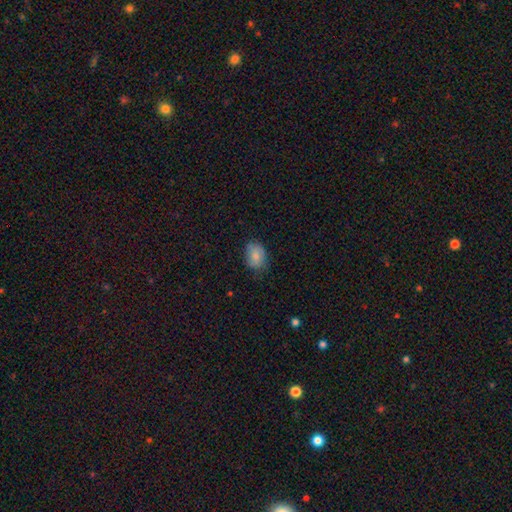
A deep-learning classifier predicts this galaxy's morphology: This appears to be a smooth galaxy with no disk features (76%) that is in between round and cigar-shaped (65%). Merging: none (70%).